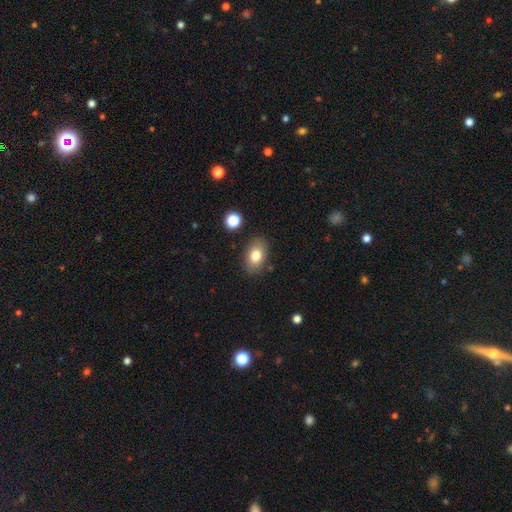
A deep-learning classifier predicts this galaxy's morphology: Smooth or featured?
  - smooth: 80% *
  - featured or disk: 12%
  - star or artifact: 8%
How rounded?
  - in between: 86% *
  - round: 13%
  - cigar-shaped: 2%
Merging?
  - none: 84% *
  - minor disturbance: 11%
  - major disturbance: 3%
  - merger: 3%